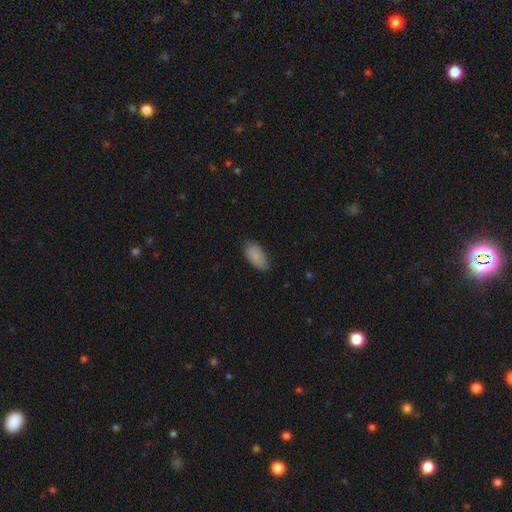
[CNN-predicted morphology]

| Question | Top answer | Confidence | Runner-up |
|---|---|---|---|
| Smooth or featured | smooth | 85% | featured or disk (9%) |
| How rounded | in between | 94% | round (3%) |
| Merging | none | 75% | minor disturbance (21%) |